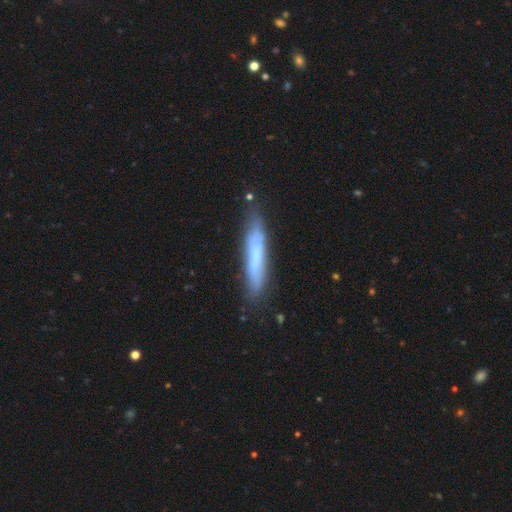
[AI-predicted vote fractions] smooth_or_featured: smooth (p=0.49) [alt: featured or disk p=0.44]
merging: none (p=0.78) [alt: minor disturbance p=0.16]